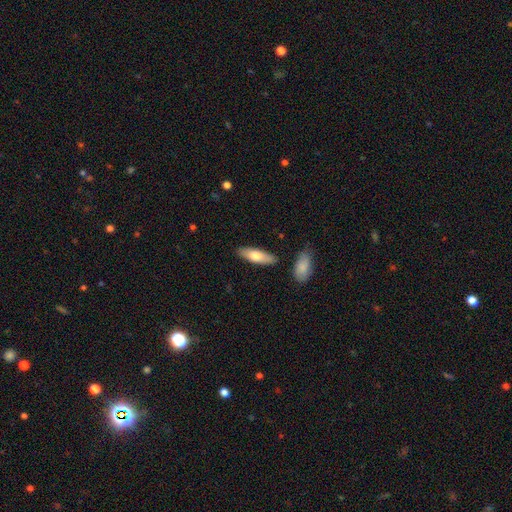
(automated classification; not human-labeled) The model was most divided on "how rounded": in between: 57%, cigar-shaped: 41%, round: 2%. More confident: merging — none (84%); smooth or featured — smooth (71%).